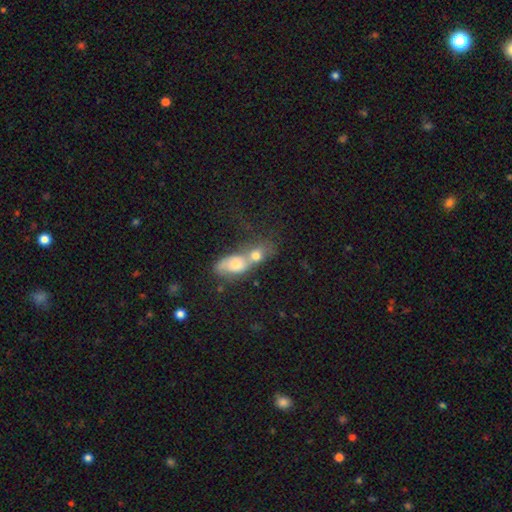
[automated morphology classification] Smooth or featured? smooth (66%)
How rounded? in between (64%)
Merging? merger (75%)